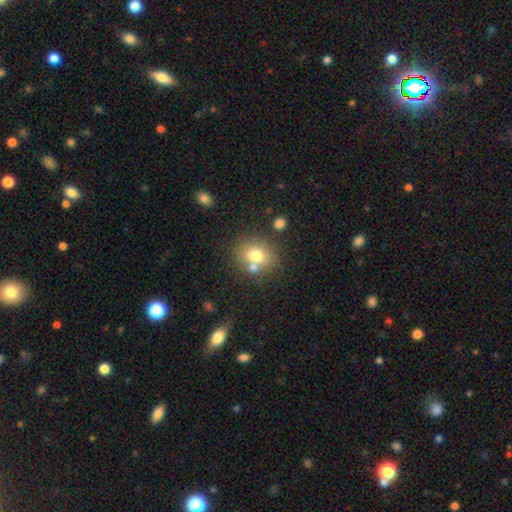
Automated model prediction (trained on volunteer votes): Smooth or featured? smooth (74%)
How rounded? round (64%)
Merging? none (64%)